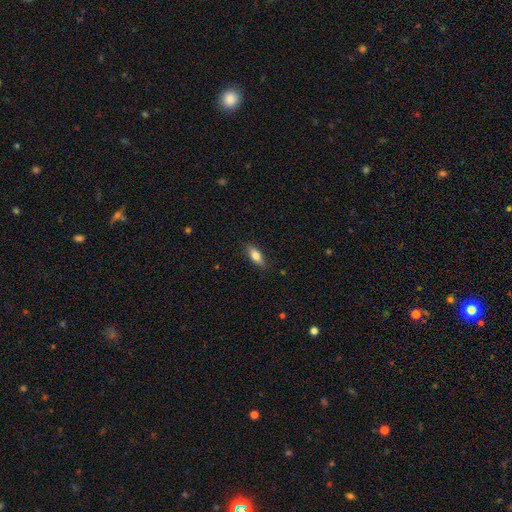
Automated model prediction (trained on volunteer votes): This is likely a smooth galaxy (77%). How rounded: likely in between (74%). Merging: clearly none (84%).